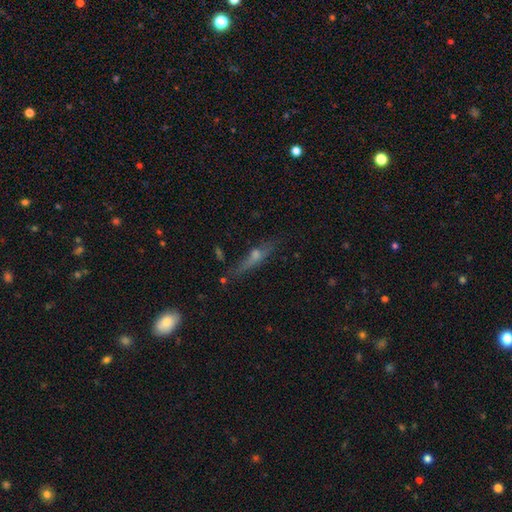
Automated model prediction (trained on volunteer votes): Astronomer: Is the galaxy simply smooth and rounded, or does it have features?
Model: featured or disk — 59%.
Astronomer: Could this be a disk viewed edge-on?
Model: yes — 91%.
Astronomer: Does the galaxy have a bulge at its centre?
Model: rounded — 82%.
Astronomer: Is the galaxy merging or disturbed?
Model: none — 76%.